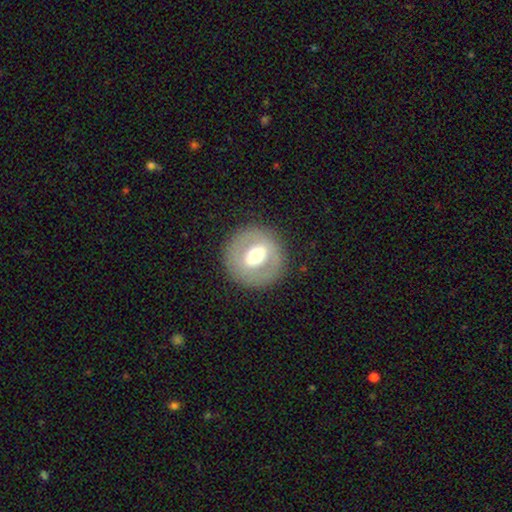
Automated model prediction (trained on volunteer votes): This appears to be a featured or disk galaxy (50%). Merging: none (86%).